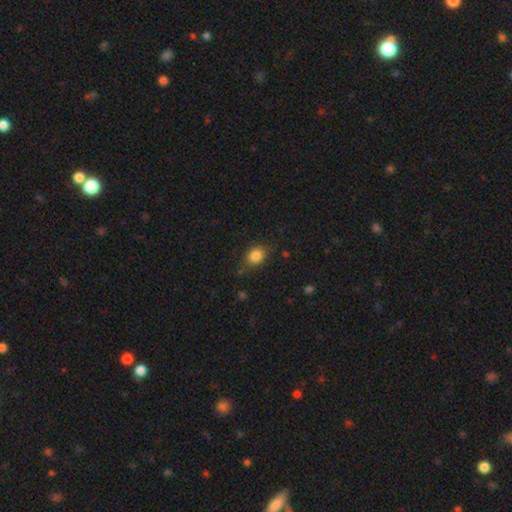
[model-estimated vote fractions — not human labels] Morphology: type=smooth (84%); roundness=in between (56%); merging=none (75%).